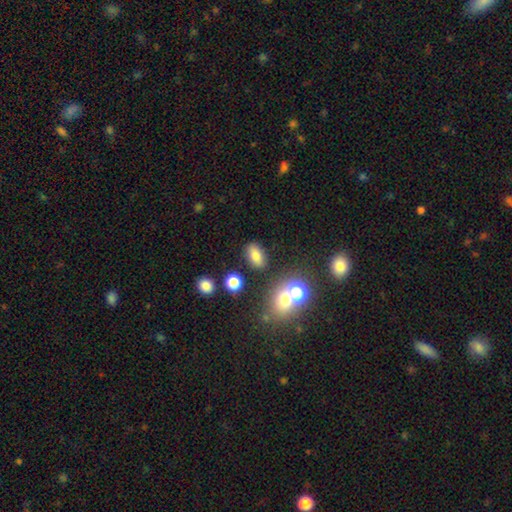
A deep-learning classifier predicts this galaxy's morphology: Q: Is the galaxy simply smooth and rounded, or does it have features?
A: smooth — 74%.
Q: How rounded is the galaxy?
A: in between — 81%.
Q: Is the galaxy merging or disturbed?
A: none — 82%.